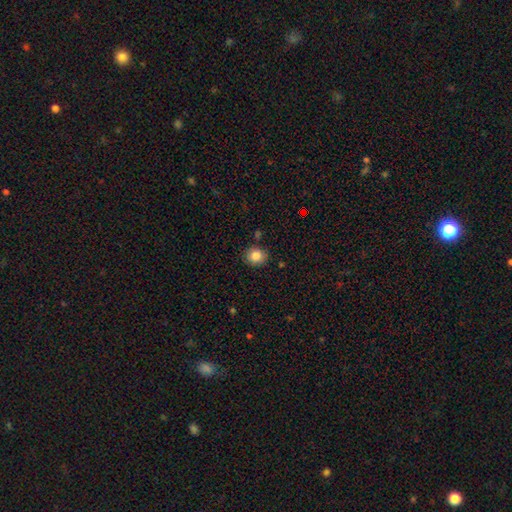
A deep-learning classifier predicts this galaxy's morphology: Q: Smooth or featured?
A: smooth (84%); runner-up: star or artifact (10%)
Q: How rounded?
A: round (77%); runner-up: in between (23%)
Q: Merging?
A: none (85%); runner-up: minor disturbance (10%)